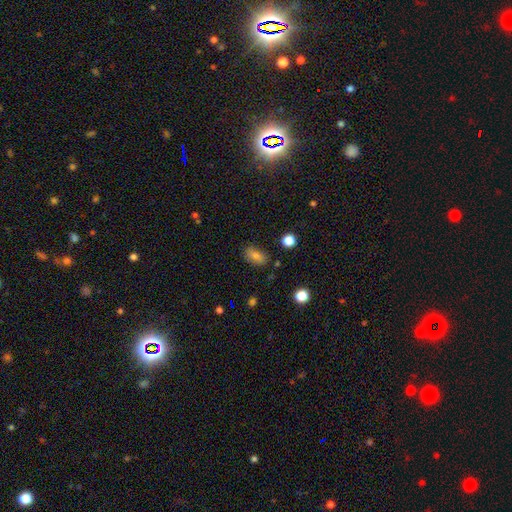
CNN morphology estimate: Q: Smooth or featured?
A: smooth (75%); runner-up: star or artifact (13%)
Q: How rounded?
A: in between (85%); runner-up: round (12%)
Q: Merging?
A: none (79%); runner-up: minor disturbance (15%)